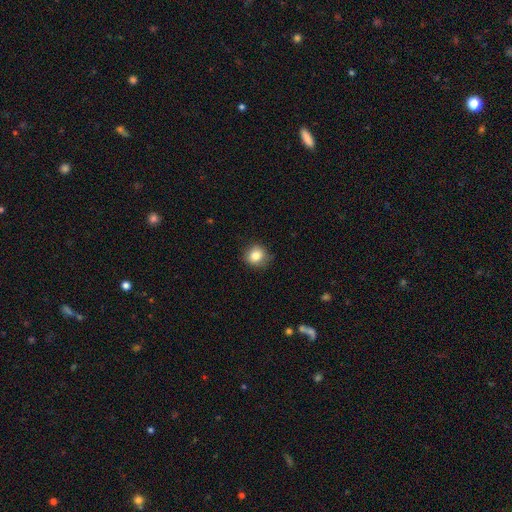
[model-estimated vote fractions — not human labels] smooth_or_featured: smooth (p=0.83) [alt: star or artifact p=0.10]
how_rounded: round (p=0.85) [alt: in between p=0.14]
merging: none (p=0.82) [alt: minor disturbance p=0.14]